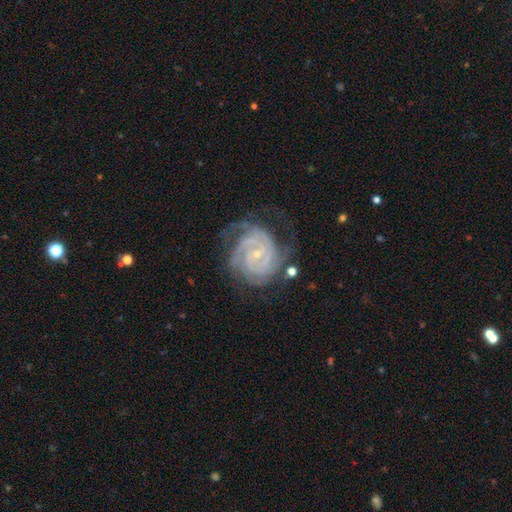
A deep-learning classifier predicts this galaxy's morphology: The model was most divided on "spiral arm count": 3: 26%, 2: 25%, can't tell: 21%, 4: 15%, more than 4: 7%, 1: 6%. More confident: edge-on disk — no (97%); spiral arms — yes (97%); smooth or featured — featured or disk (86%); bulge size — small (79%); spiral winding — tight (76%); merging — none (68%); bar — no (55%).